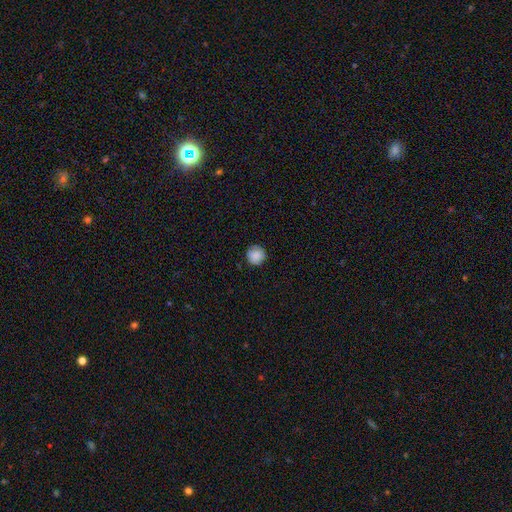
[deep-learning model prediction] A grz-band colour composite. It shows a smooth galaxy with no disk features (87%) that is round (95%). Merging: none (87%).